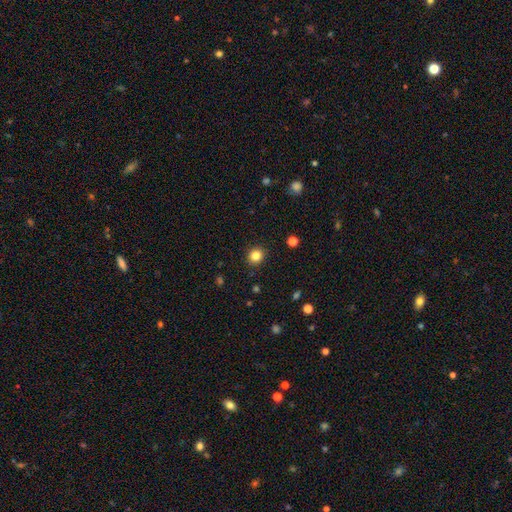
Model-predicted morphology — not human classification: Smooth or featured? Predicted: smooth (p=0.84). How rounded? Predicted: round (p=0.85). Merging? Predicted: none (p=0.91).